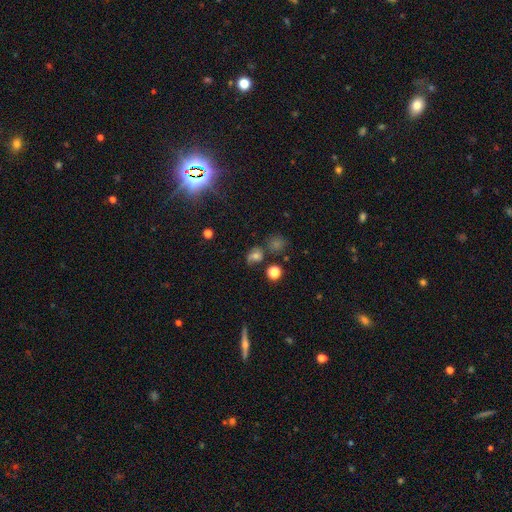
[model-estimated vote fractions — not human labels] Morphology: type=smooth (53%); roundness=round (65%); merging=none (56%).